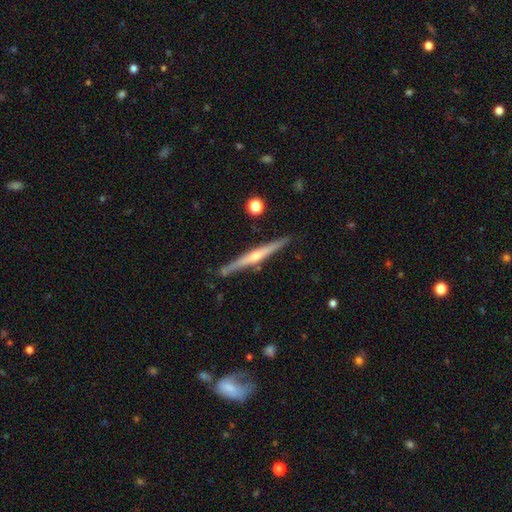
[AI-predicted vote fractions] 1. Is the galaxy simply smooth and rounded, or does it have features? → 81% featured or disk, 14% smooth, 5% star or artifact.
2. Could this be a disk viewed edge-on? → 98% yes, 2% no.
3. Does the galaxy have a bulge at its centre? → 86% rounded, 10% none, 4% boxy.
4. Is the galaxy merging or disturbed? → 89% none, 8% minor disturbance, 2% merger, 1% major disturbance.